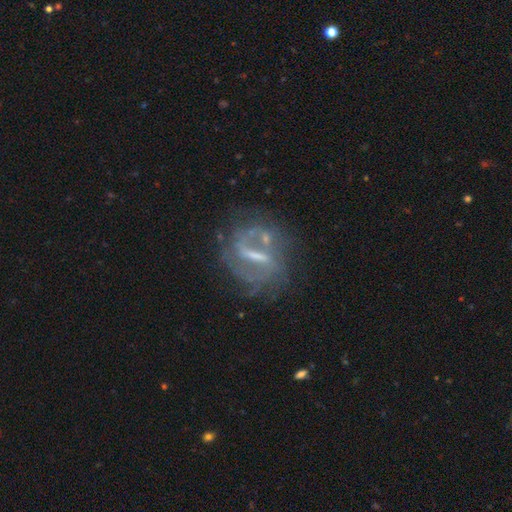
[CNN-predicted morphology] The model was most divided on "spiral winding": medium: 40%, tight: 31%, loose: 29%. Remaining: edge-on disk — no (92%); smooth or featured — featured or disk (78%); spiral arms — yes (76%); bar — strong (59%); merging — none (57%); spiral arm count — 2 (50%); bulge size — small (39%).